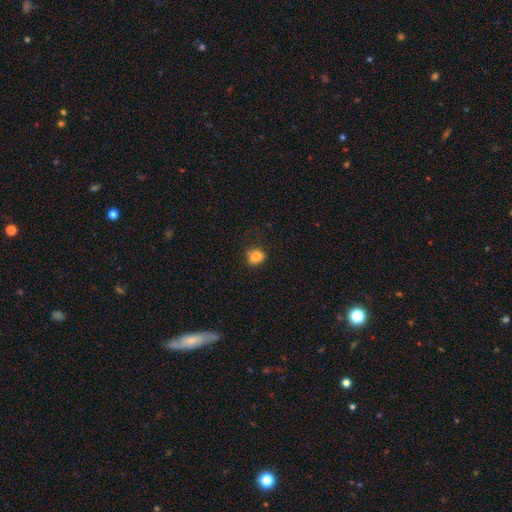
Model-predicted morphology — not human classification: Smooth or featured? smooth (82%)
How rounded? round (77%)
Merging? none (79%)